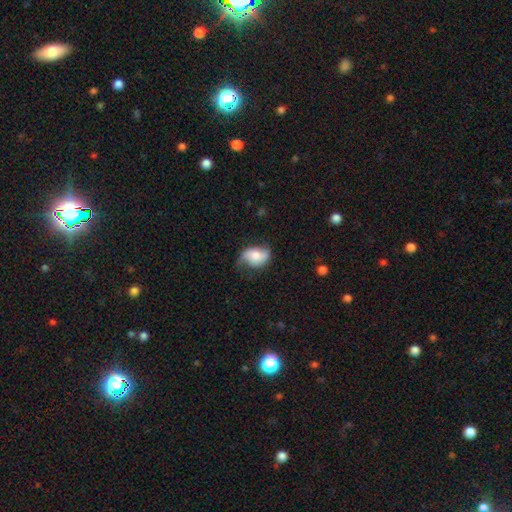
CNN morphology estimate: This appears to be a smooth galaxy with no disk features (51%) that is in between round and cigar-shaped (82%). Merging: none (54%).